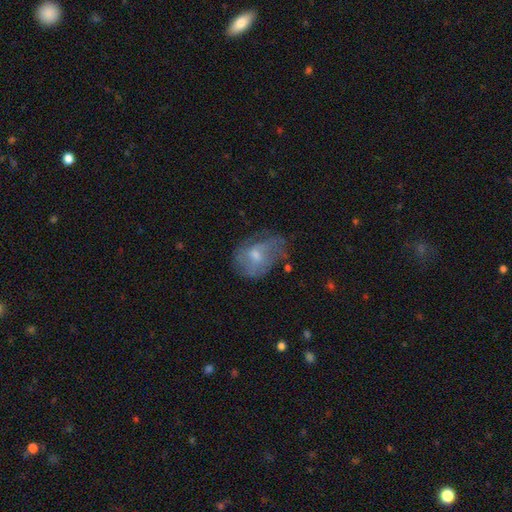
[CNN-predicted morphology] This appears to be a featured or disk galaxy (52%) with no bar (58%), spiral arms (60%) and a moderate central bulge (47%). Merging: none (46%).